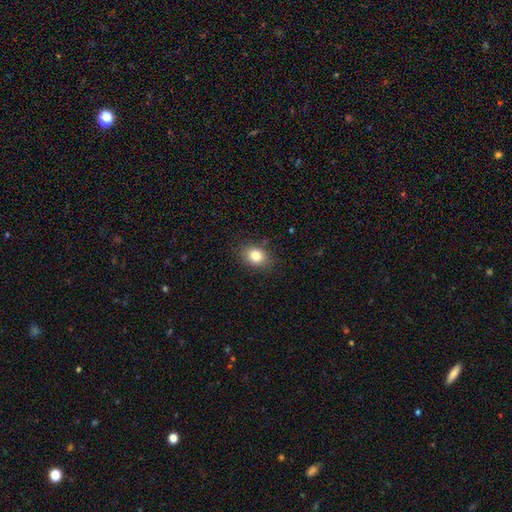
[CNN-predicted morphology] The model was most divided on "how rounded": in between: 61%, round: 38%, cigar-shaped: 1%. More confident: merging — none (84%); smooth or featured — smooth (82%).